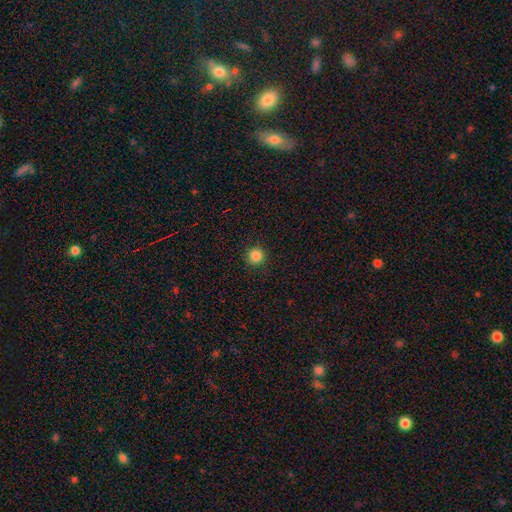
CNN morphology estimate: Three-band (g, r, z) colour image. It shows a smooth galaxy with no disk features (85%) that is round (95%). Merging: none (92%).